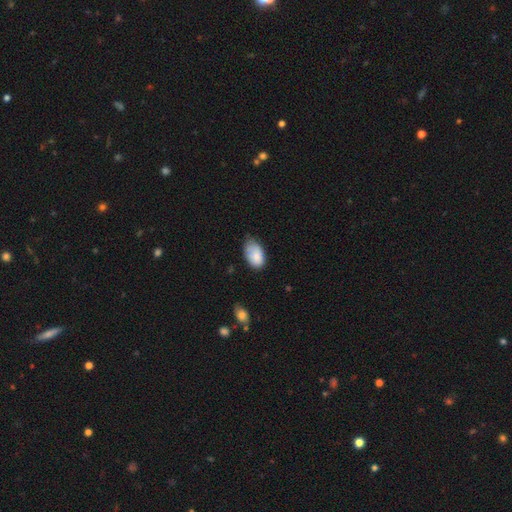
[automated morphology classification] A smooth galaxy with no disk features (81%) that is in between round and cigar-shaped (93%). Merging: none (49%).